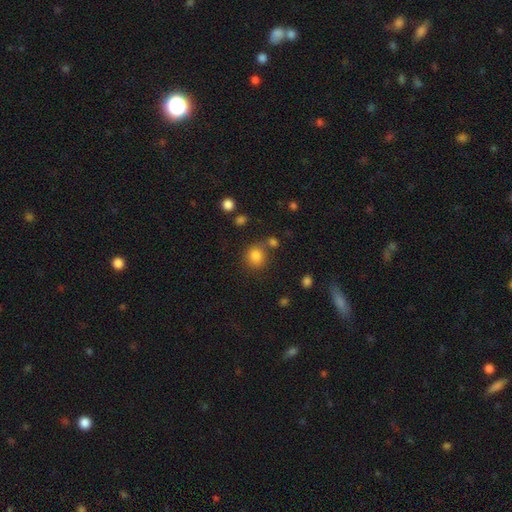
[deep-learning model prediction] A smooth galaxy with no disk features (83%) that is round (85%). Merging: none (70%).